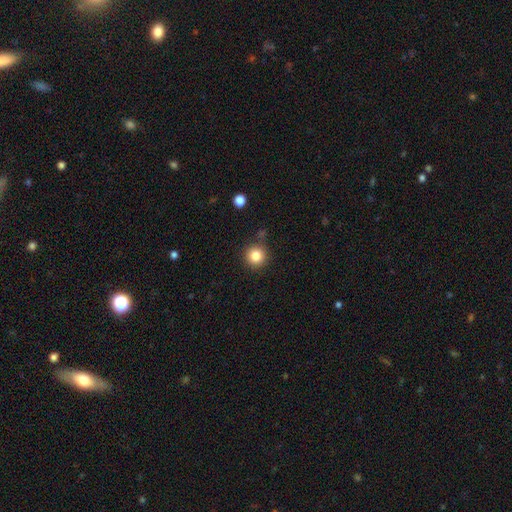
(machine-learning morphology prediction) Overall: smooth (83%). How rounded: round (94%). Merging: none (84%).